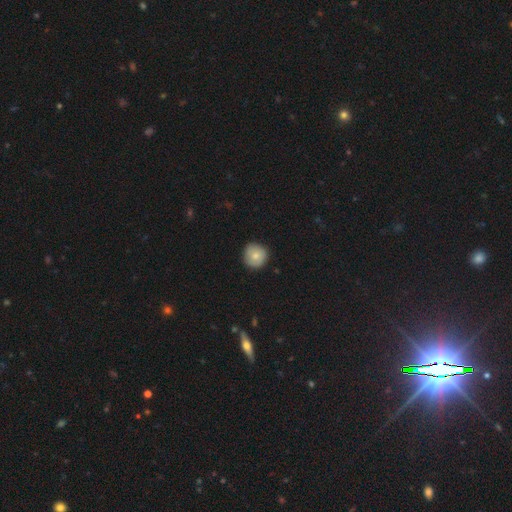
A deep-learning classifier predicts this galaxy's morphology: This is likely a smooth galaxy (78%). How rounded: clearly round (94%). Merging: clearly none (86%).